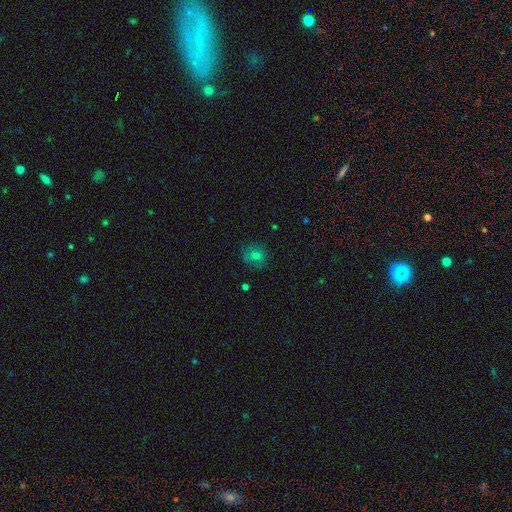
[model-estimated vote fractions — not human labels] The model was most divided on "smooth or featured": smooth: 71%, star or artifact: 17%, featured or disk: 12%. More confident: how rounded — round (87%); merging — none (81%).